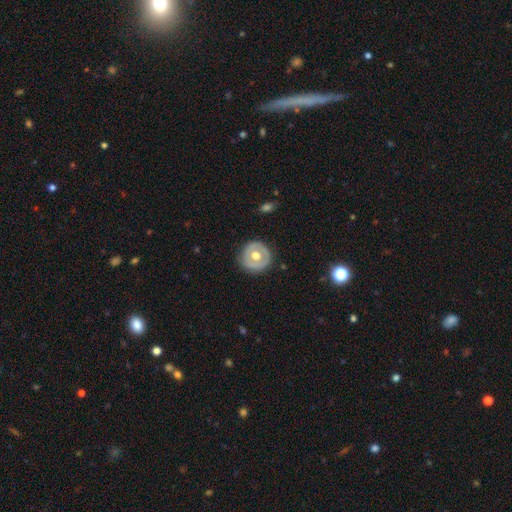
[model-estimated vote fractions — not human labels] A featured or disk galaxy (51%).

Vote fractions:
- Smooth or featured? featured or disk: 51% / smooth: 44% / star or artifact: 6%
- Edge-on disk? no: 95% / yes: 5%
- Merging? none: 85% / minor disturbance: 11% / major disturbance: 3% / merger: 1%